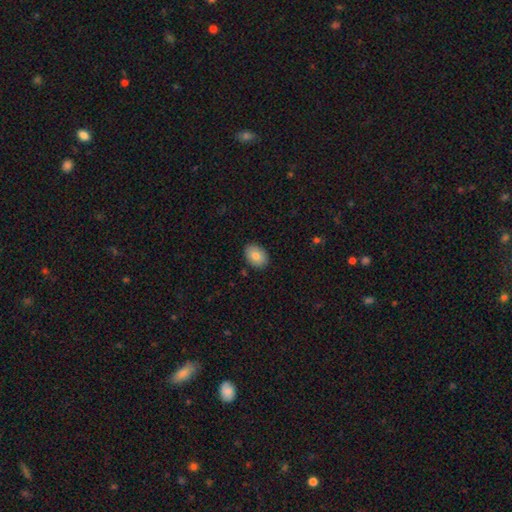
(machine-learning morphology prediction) A smooth galaxy with no disk features (82%) that is in between round and cigar-shaped (80%). Merging: none (89%).